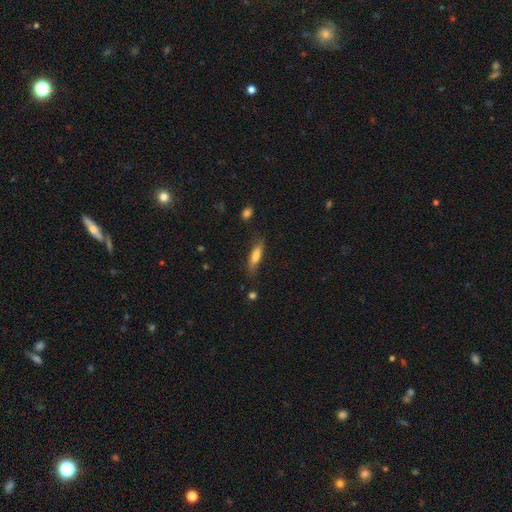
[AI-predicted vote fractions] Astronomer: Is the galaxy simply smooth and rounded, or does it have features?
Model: smooth — 69%.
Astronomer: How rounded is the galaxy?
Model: cigar-shaped — 68%.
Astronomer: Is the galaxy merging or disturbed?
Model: none — 74%.